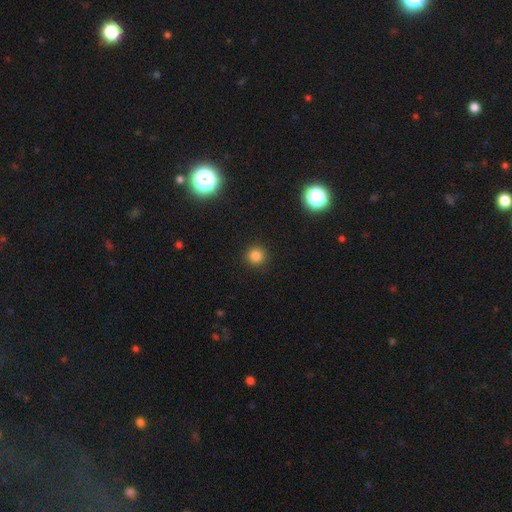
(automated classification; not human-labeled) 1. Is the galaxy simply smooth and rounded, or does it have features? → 82% smooth, 13% star or artifact, 4% featured or disk.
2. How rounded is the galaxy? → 94% round, 5% in between, 1% cigar-shaped.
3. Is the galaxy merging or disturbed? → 91% none, 5% minor disturbance, 2% major disturbance, 1% merger.